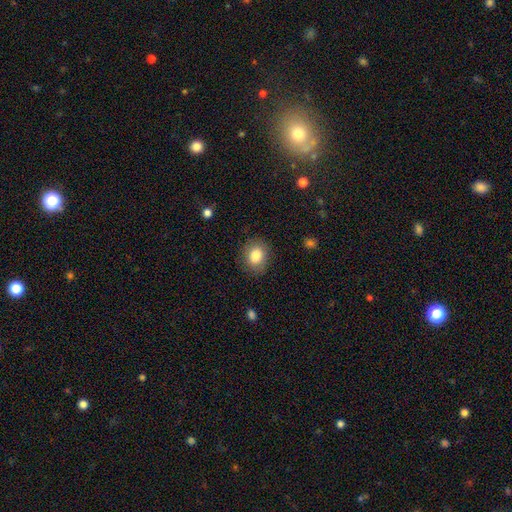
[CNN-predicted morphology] A smooth galaxy with no disk features (83%) that is round (52%). Merging: none (84%).